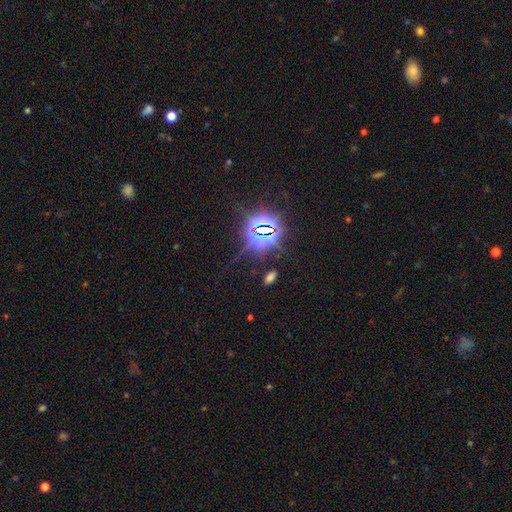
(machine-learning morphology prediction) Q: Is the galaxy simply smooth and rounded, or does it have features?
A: star or artifact — 82%.